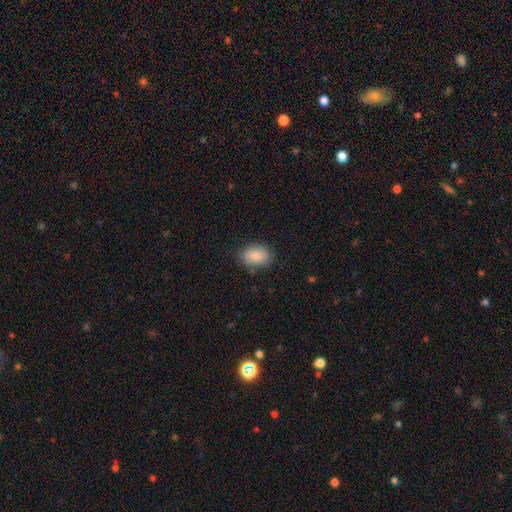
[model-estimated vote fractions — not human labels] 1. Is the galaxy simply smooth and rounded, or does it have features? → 86% smooth, 8% featured or disk, 7% star or artifact.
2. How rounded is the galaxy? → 78% in between, 21% round, 1% cigar-shaped.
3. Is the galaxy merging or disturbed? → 80% none, 15% minor disturbance, 4% major disturbance, 1% merger.